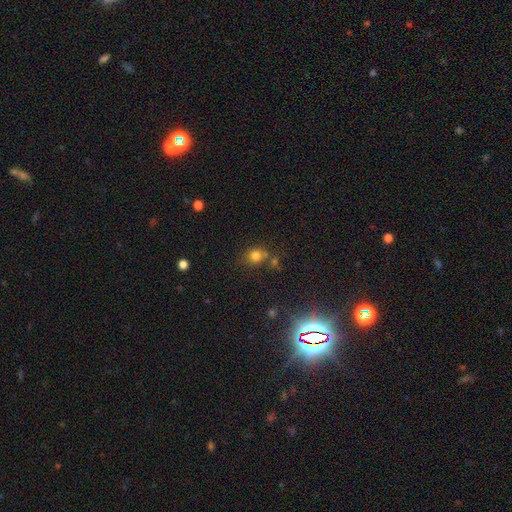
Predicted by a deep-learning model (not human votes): This is likely a smooth galaxy (76%). How rounded: clearly round (83%). Merging: likely none (64%).